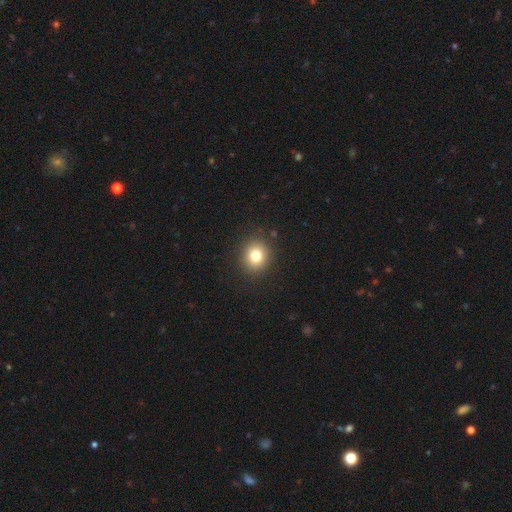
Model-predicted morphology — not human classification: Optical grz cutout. It shows a smooth galaxy with no disk features (79%) that is round (79%). Merging: none (90%).